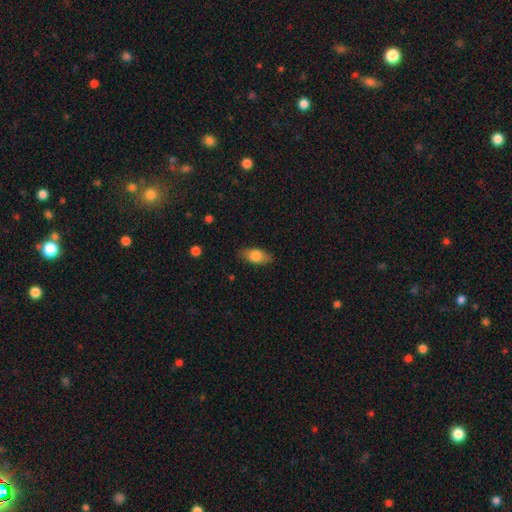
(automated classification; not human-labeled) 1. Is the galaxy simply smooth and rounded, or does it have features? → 76% smooth, 17% featured or disk, 7% star or artifact.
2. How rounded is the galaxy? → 86% in between, 9% cigar-shaped, 6% round.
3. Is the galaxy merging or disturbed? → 83% none, 13% minor disturbance, 3% major disturbance, 1% merger.